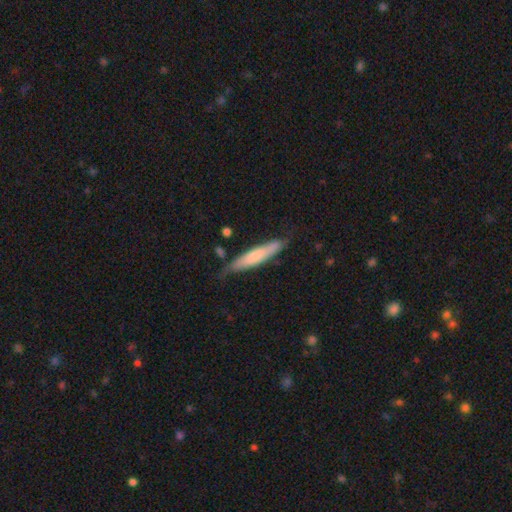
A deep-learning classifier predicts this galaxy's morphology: Overall: smooth (64%; featured or disk 31%). How rounded: cigar-shaped (87%). Merging: none (68%).